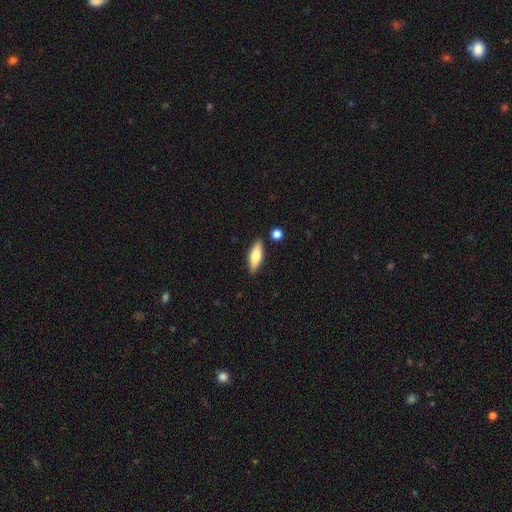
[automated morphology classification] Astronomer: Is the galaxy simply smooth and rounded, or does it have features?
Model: smooth — 67%.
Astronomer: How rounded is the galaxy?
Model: in between — 59% (runner-up: cigar-shaped, 38%).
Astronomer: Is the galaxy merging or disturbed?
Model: none — 85%.